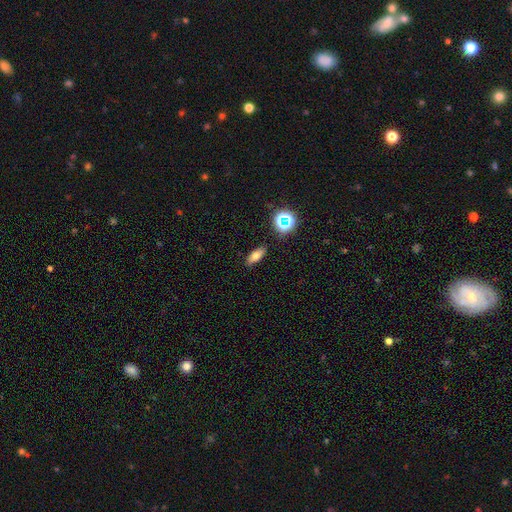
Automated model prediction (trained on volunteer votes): A smooth galaxy with no disk features (68%) that is in between round and cigar-shaped (70%).

Vote fractions:
- Smooth or featured? smooth: 68% / featured or disk: 17% / star or artifact: 14%
- How rounded? in between: 70% / cigar-shaped: 23% / round: 7%
- Merging? none: 87% / minor disturbance: 9% / major disturbance: 2% / merger: 2%